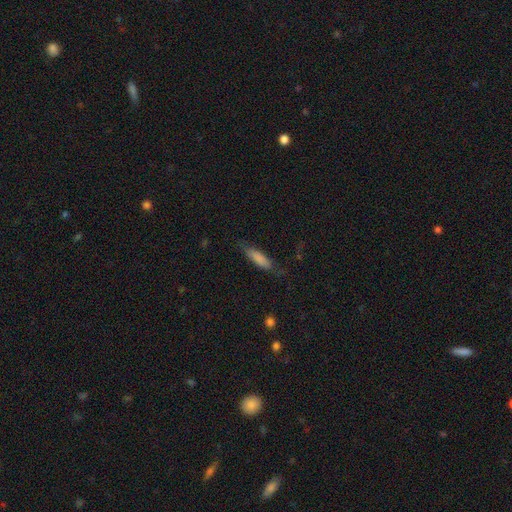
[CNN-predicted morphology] A smooth galaxy with no disk features (71%) that is cigar-shaped (66%).

Vote fractions:
- Smooth or featured? smooth: 71% / featured or disk: 20% / star or artifact: 9%
- How rounded? cigar-shaped: 66% / in between: 32% / round: 2%
- Merging? none: 66% / minor disturbance: 23% / major disturbance: 9% / merger: 2%